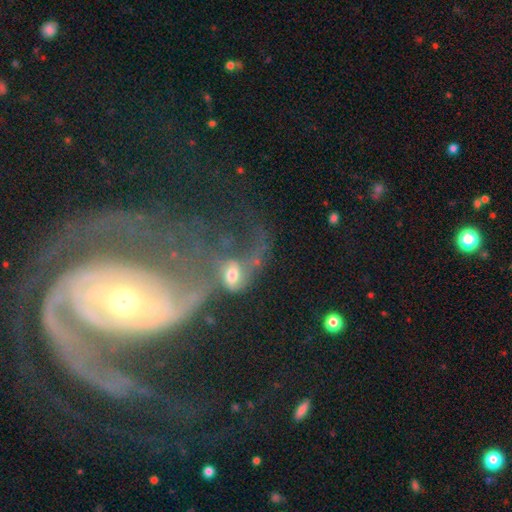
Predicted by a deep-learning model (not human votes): Overall: featured or disk (64%). Edge-on disk: no (93%). Bar: no (59%; weak 27%). Spiral arms: yes (69%; no 31%). Bulge size: moderate (47%; small 35%). Merging: merger (41%; major disturbance 30%).